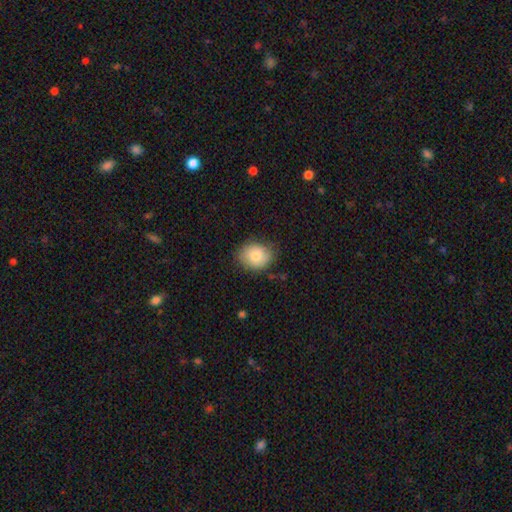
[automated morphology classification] smooth_or_featured: smooth (p=0.80) [alt: featured or disk p=0.13]
how_rounded: round (p=0.56) [alt: in between p=0.43]
merging: none (p=0.77) [alt: minor disturbance p=0.18]